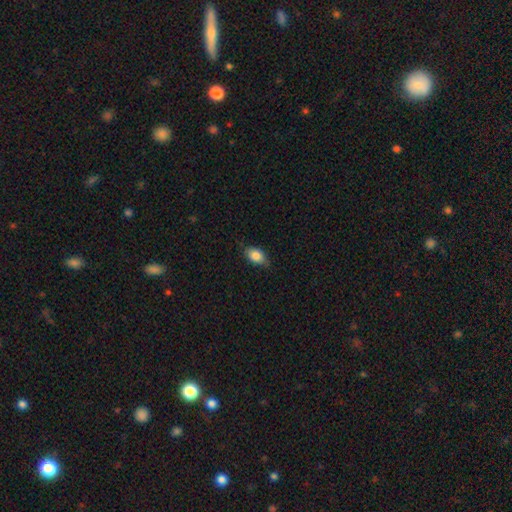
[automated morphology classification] Q: Smooth or featured?
A: smooth (83%); runner-up: featured or disk (9%)
Q: How rounded?
A: in between (87%); runner-up: round (11%)
Q: Merging?
A: none (76%); runner-up: minor disturbance (20%)